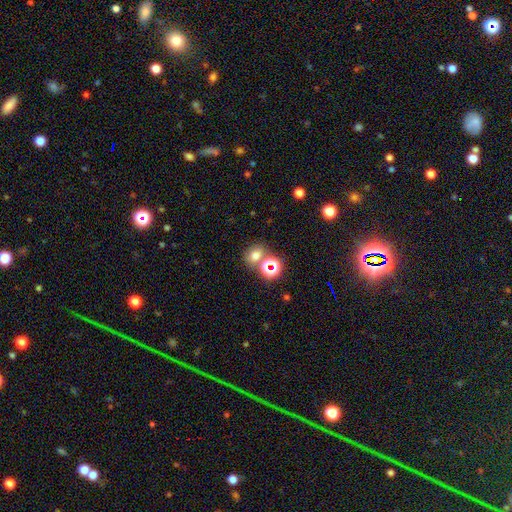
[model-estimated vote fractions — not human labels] smooth 66%, star or artifact 24%, featured or disk 9%. Down the decision tree: how rounded — round (58%); merging — none (63%).